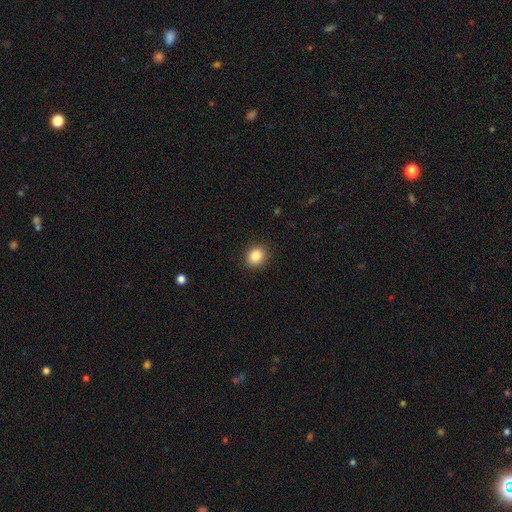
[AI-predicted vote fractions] This is clearly a smooth galaxy (87%). How rounded: likely round (66%). Merging: clearly none (88%).